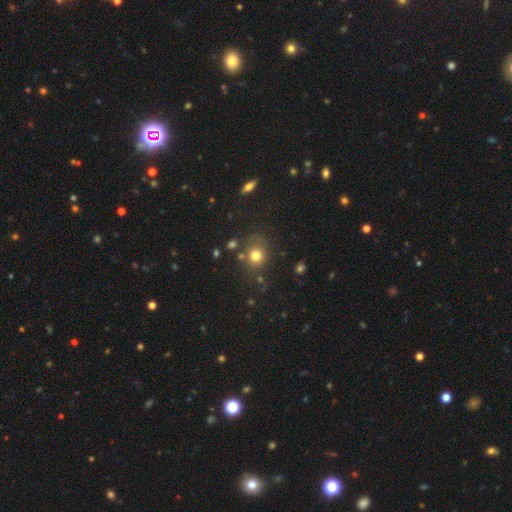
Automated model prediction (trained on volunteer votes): A smooth galaxy with no disk features (76%) that is round (74%). Merging: none (72%).